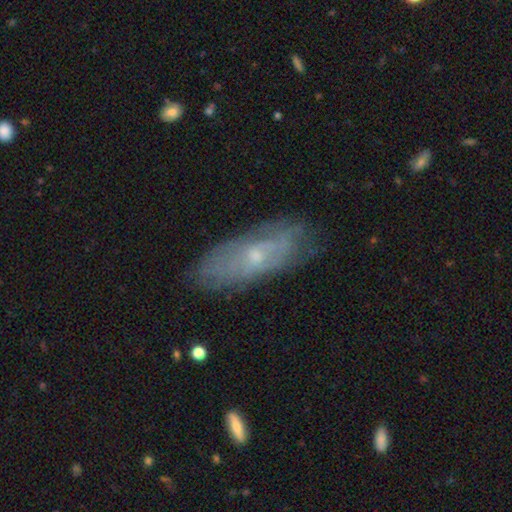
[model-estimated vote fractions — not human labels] smooth_or_featured: featured or disk (p=0.55) [alt: smooth p=0.36]
disk_edge_on: no (p=0.76) [alt: yes p=0.24]
merging: none (p=0.74) [alt: minor disturbance p=0.19]